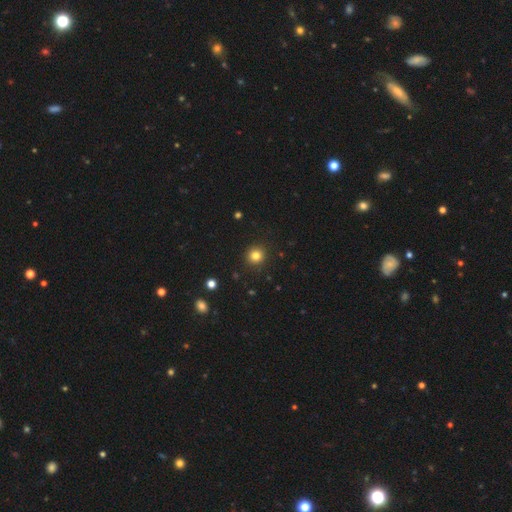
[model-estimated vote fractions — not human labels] Q: Smooth or featured?
A: smooth (82%); runner-up: star or artifact (13%)
Q: How rounded?
A: round (92%); runner-up: in between (7%)
Q: Merging?
A: none (92%); runner-up: minor disturbance (5%)